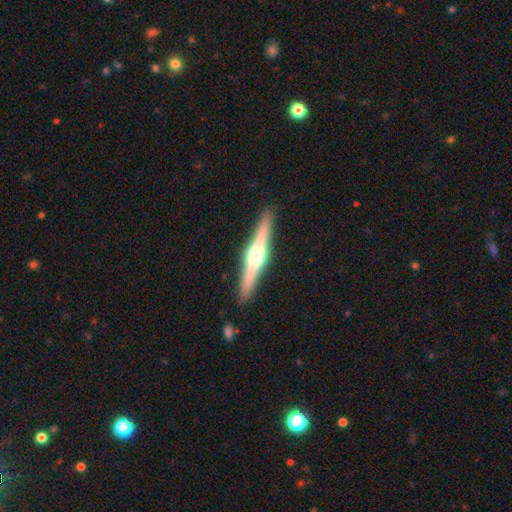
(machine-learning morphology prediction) Smooth or featured?
  - featured or disk: 75% *
  - smooth: 20%
  - star or artifact: 5%
Edge-on disk?
  - yes: 98% *
  - no: 2%
Edge-on bulge?
  - rounded: 93% *
  - boxy: 4%
  - none: 2%
Merging?
  - none: 91% *
  - minor disturbance: 7%
  - major disturbance: 1%
  - merger: 1%